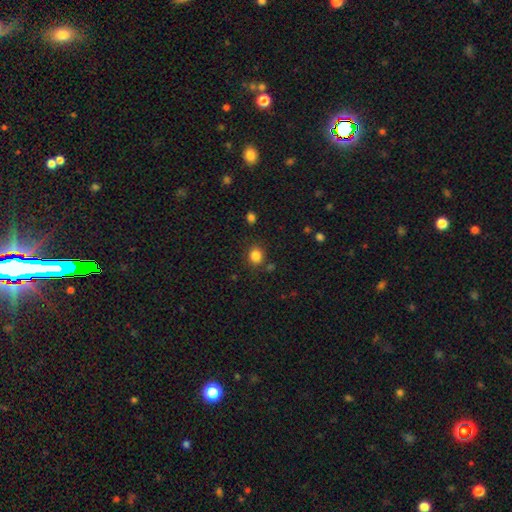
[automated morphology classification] Overall: smooth (84%). How rounded: round (71%). Merging: none (82%).